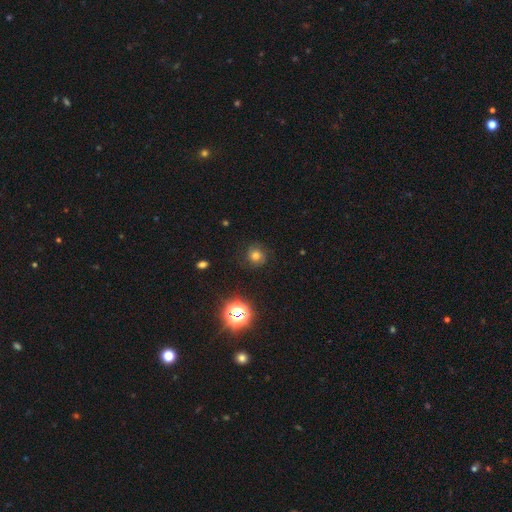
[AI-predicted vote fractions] A smooth galaxy with no disk features (57%) that is round (89%).

Vote fractions:
- Smooth or featured? smooth: 57% / star or artifact: 23% / featured or disk: 20%
- How rounded? round: 89% / in between: 10% / cigar-shaped: 1%
- Merging? none: 82% / minor disturbance: 11% / major disturbance: 5% / merger: 1%